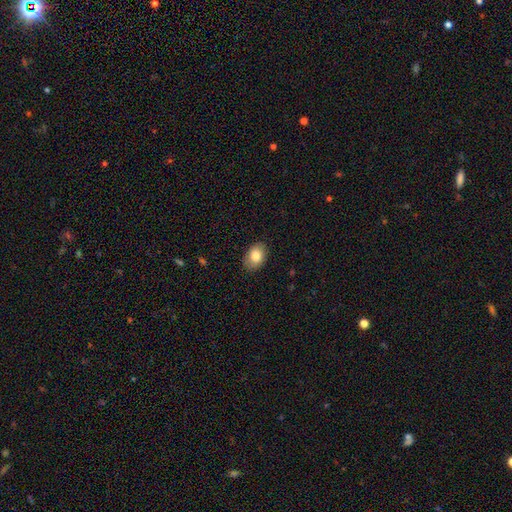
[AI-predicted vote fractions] This is clearly a smooth galaxy (83%). How rounded: clearly in between (84%). Merging: clearly none (85%).